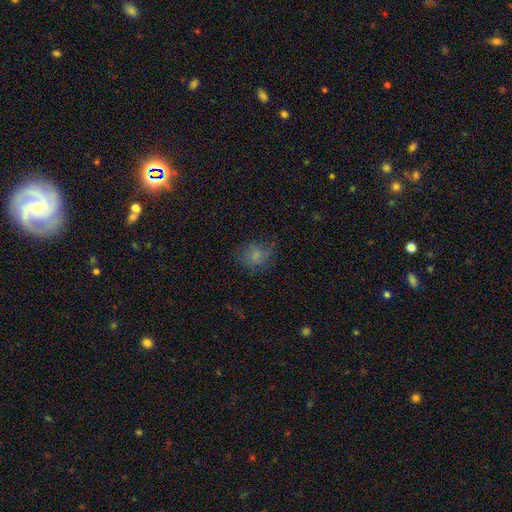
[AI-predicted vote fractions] The model was most divided on "how rounded": round: 67%, in between: 32%, cigar-shaped: 1%. More confident: smooth or featured — smooth (75%); merging — none (67%).